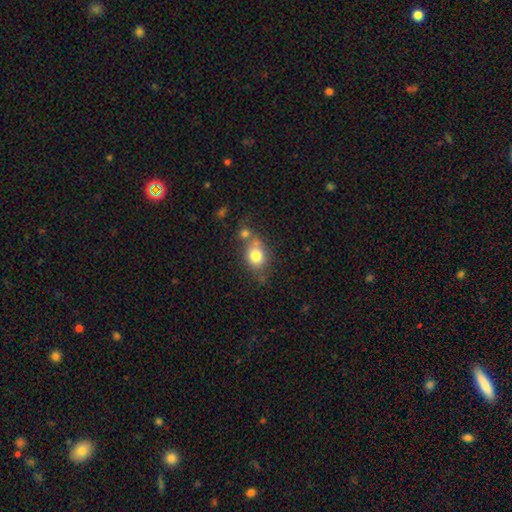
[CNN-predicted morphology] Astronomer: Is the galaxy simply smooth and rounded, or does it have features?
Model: smooth — 77%.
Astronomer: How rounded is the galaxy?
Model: round — 52% (runner-up: in between, 47%).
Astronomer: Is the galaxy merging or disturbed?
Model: none — 48% (runner-up: merger, 29%).